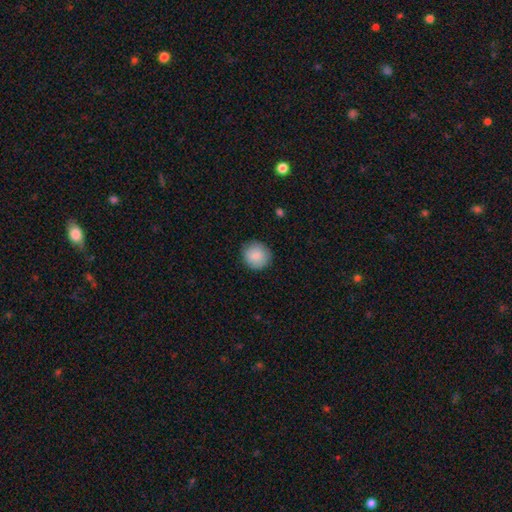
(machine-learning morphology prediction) Smooth or featured? Predicted: smooth (p=0.87). How rounded? Predicted: round (p=0.91). Merging? Predicted: none (p=0.87).